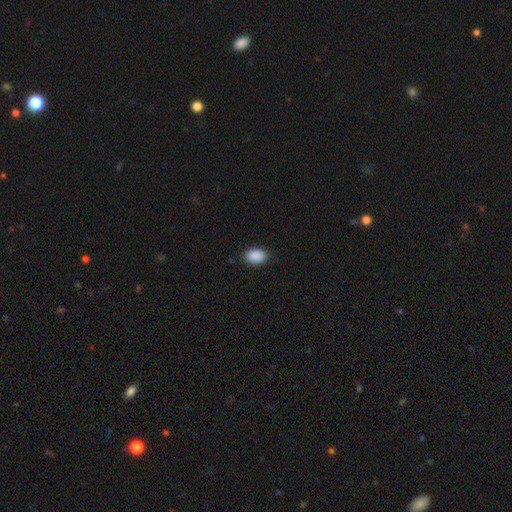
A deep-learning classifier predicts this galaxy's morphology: type=smooth (90%); roundness=in between (82%); merging=none (86%).